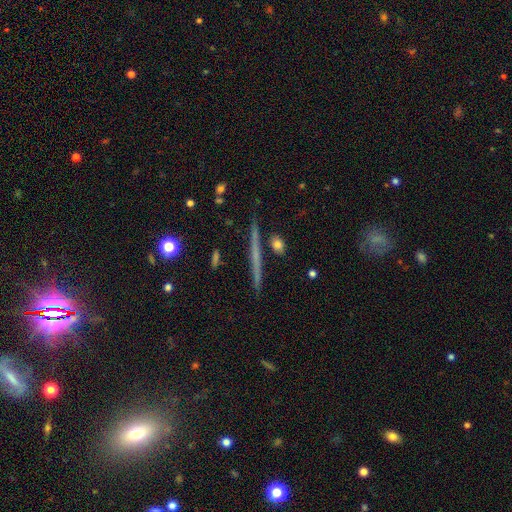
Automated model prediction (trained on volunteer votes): A featured or disk galaxy (65%) viewed edge-on (97%) with no central bulge (66%). Merging: none (90%).